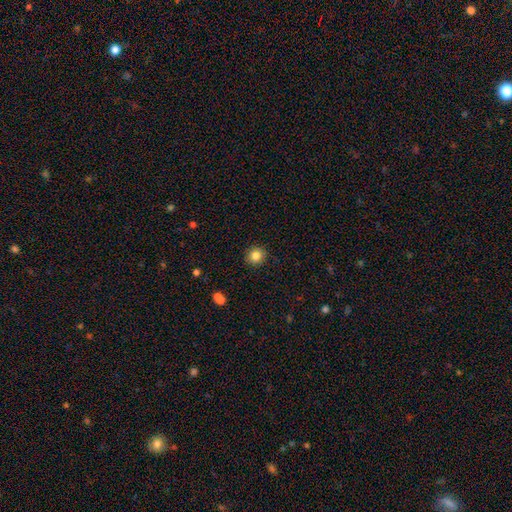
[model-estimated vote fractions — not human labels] A smooth galaxy with no disk features (84%) that is round (90%). Merging: none (91%).